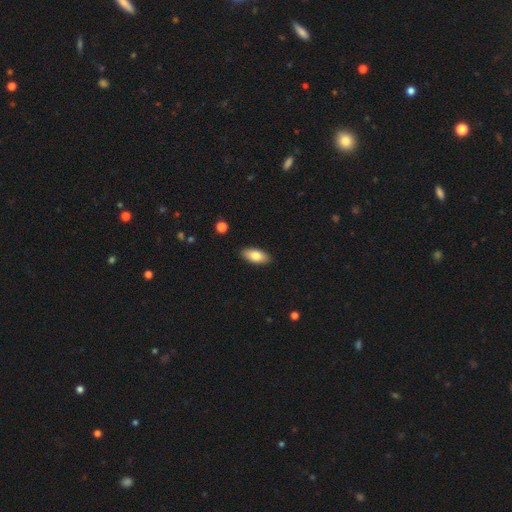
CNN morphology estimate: A smooth galaxy with no disk features (81%) that is in between round and cigar-shaped (89%).

Vote fractions:
- Smooth or featured? smooth: 81% / featured or disk: 13% / star or artifact: 6%
- How rounded? in between: 89% / cigar-shaped: 8% / round: 2%
- Merging? none: 89% / minor disturbance: 8% / major disturbance: 2% / merger: 1%